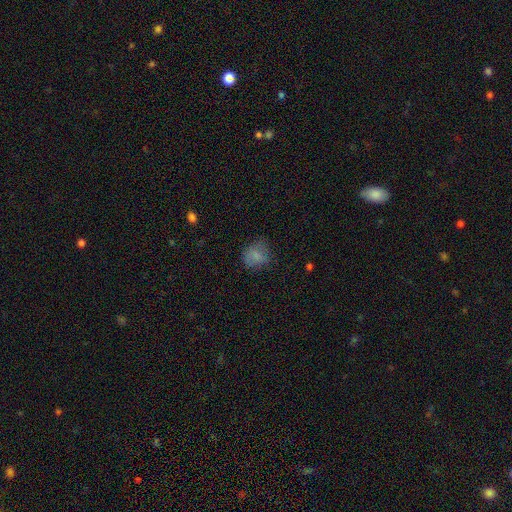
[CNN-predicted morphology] A smooth galaxy with no disk features (76%) that is round (70%).

Vote fractions:
- Smooth or featured? smooth: 76% / star or artifact: 13% / featured or disk: 11%
- How rounded? round: 70% / in between: 28% / cigar-shaped: 1%
- Merging? none: 65% / minor disturbance: 23% / major disturbance: 11% / merger: 2%